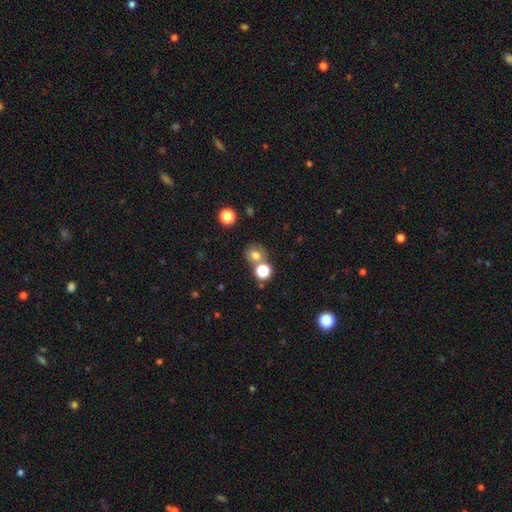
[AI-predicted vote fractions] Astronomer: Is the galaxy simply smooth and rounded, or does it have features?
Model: smooth — 70%.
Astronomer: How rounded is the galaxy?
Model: round — 73%.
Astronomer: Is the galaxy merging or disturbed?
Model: none — 56%.